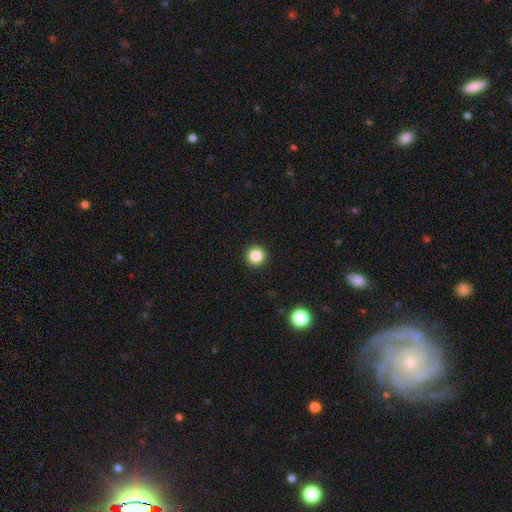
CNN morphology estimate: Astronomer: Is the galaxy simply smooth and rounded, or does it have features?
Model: smooth — 85%.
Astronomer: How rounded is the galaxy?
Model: round — 96%.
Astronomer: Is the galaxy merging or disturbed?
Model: none — 93%.